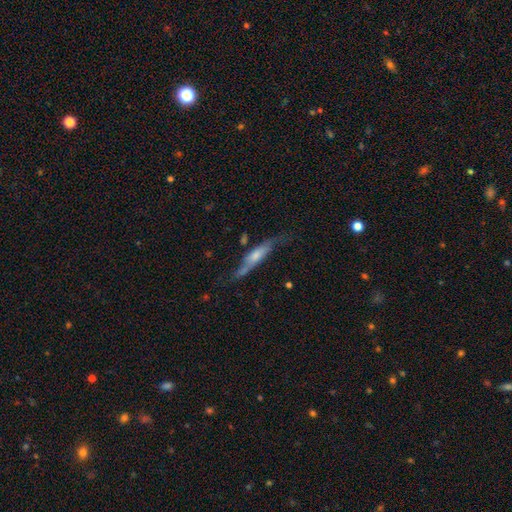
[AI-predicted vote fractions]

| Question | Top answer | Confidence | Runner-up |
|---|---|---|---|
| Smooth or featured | featured or disk | 56% | smooth (37%) |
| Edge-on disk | yes | 65% | no (35%) |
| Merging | none | 55% | minor disturbance (27%) |